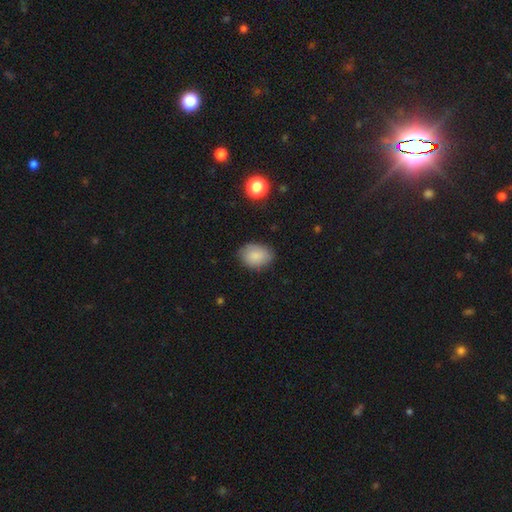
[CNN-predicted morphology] Smooth or featured?
  - smooth: 86% *
  - star or artifact: 8%
  - featured or disk: 6%
How rounded?
  - in between: 73% *
  - round: 26%
  - cigar-shaped: 1%
Merging?
  - none: 80% *
  - minor disturbance: 15%
  - major disturbance: 3%
  - merger: 1%